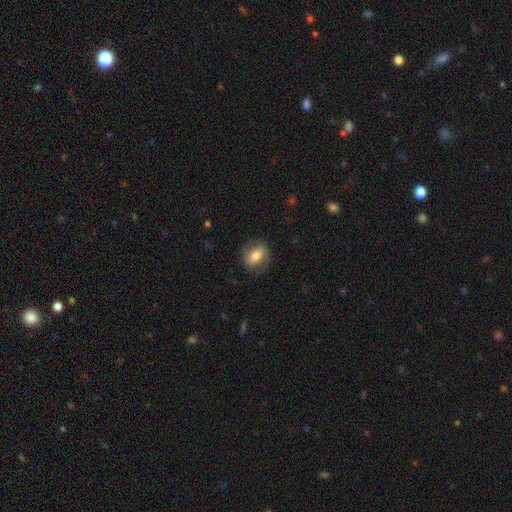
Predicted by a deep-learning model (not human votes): Smooth or featured: smooth — 50% (featured or disk — 43%)
Merging: none — 76% (minor disturbance — 15%)